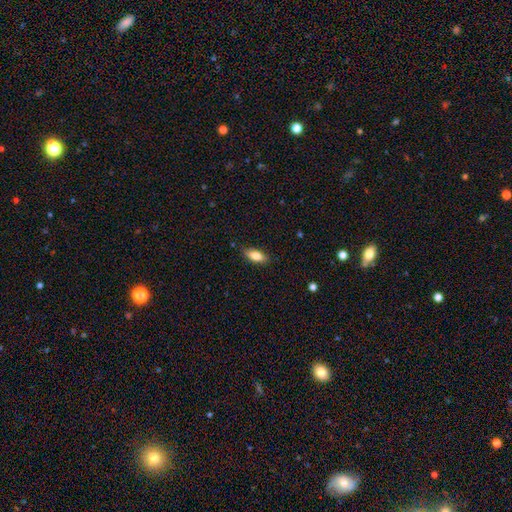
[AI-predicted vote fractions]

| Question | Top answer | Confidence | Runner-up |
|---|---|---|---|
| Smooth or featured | smooth | 80% | featured or disk (13%) |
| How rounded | in between | 79% | cigar-shaped (19%) |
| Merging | none | 83% | minor disturbance (13%) |